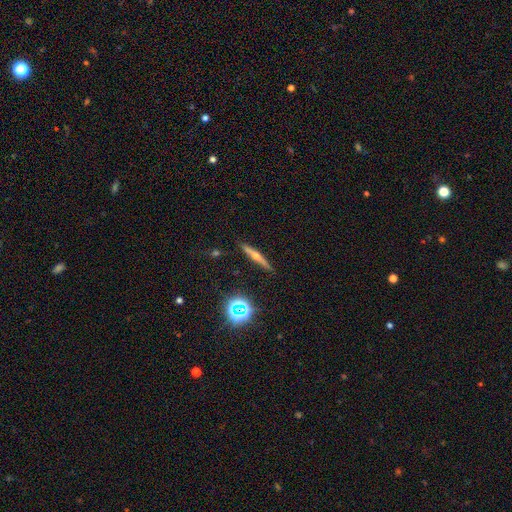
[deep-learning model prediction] smooth-or-featured: featured or disk: 60% | smooth: 28% | star or artifact: 12%
  disk-edge-on: yes: 96% | no: 4%
    edge-on-bulge: rounded: 89% | none: 7% | boxy: 4%
  merging: none: 89% | minor disturbance: 8% | major disturbance: 2% | merger: 2%